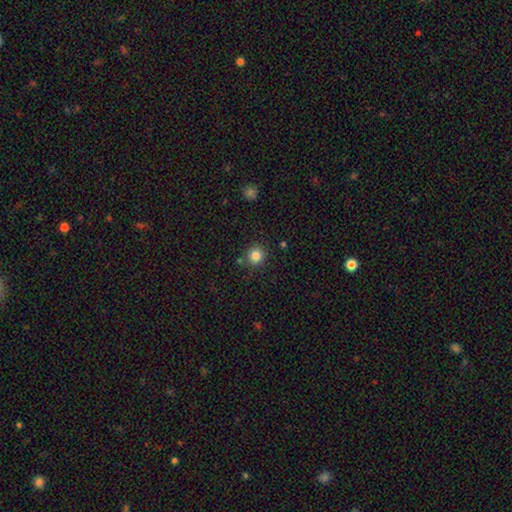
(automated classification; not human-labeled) Overall: smooth (83%). How rounded: round (93%). Merging: none (85%).